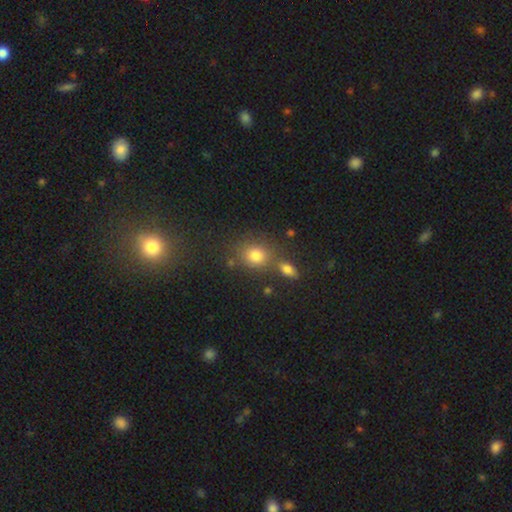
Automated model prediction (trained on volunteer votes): Smooth or featured? Predicted: smooth (p=0.77). How rounded? Predicted: round (p=0.68). Merging? Predicted: none (p=0.64).